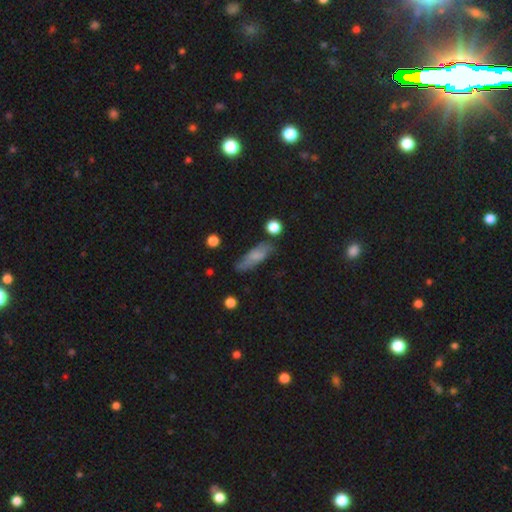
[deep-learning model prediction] Smooth or featured: smooth — 61% (featured or disk — 31%)
How rounded: in between — 50% (cigar-shaped — 46%)
Merging: none — 63% (minor disturbance — 25%)